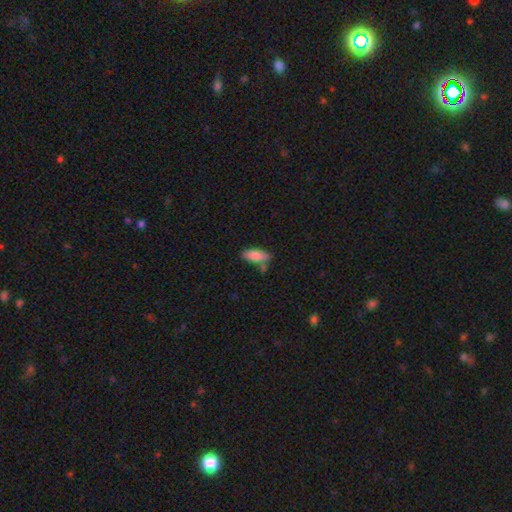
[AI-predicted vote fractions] The model was most divided on "merging": none: 57%, minor disturbance: 21%, merger: 16%, major disturbance: 6%. More confident: smooth or featured — smooth (83%); how rounded — in between (73%).